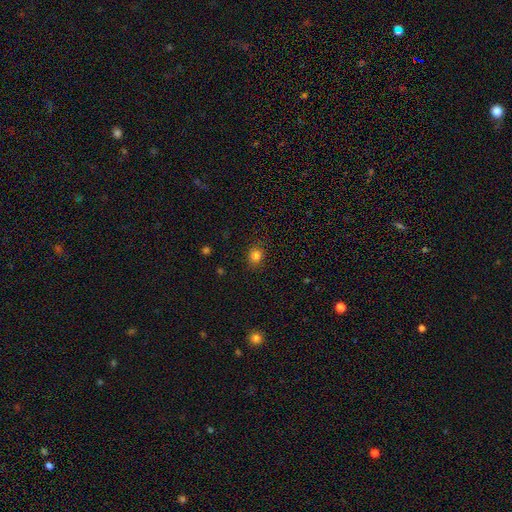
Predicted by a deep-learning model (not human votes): This appears to be a smooth galaxy with no disk features (81%) that is round (72%). Merging: none (87%).